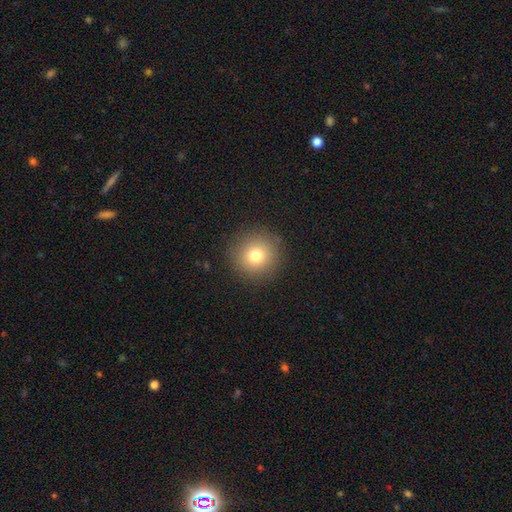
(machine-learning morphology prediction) The model was most divided on "smooth or featured": smooth: 76%, star or artifact: 13%, featured or disk: 10%. More confident: how rounded — round (95%); merging — none (90%).